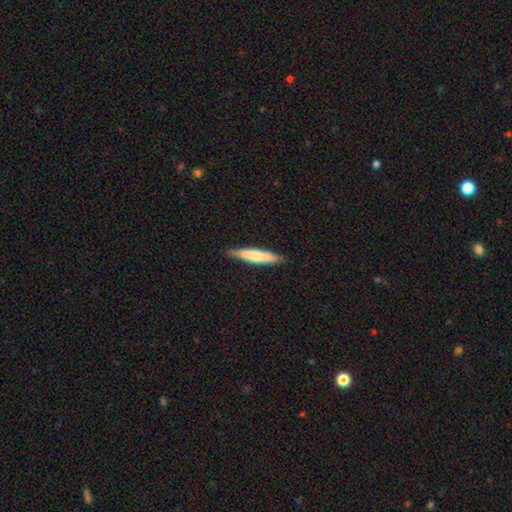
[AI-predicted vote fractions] smooth 66%, featured or disk 29%, star or artifact 5%. Down the decision tree: how rounded — cigar-shaped (90%); merging — none (88%).